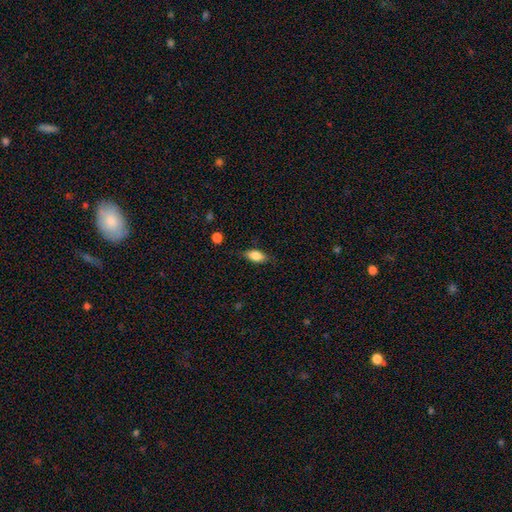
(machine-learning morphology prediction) Overall: smooth (80%). How rounded: in between (85%). Merging: none (78%).